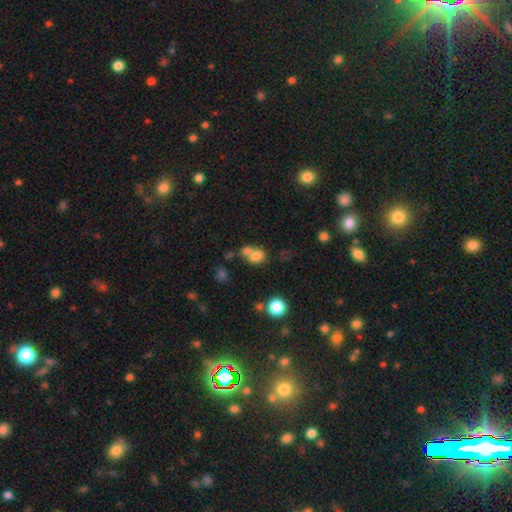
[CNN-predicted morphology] A smooth galaxy with no disk features (75%) that is round (57%). Merging: merger (51%).